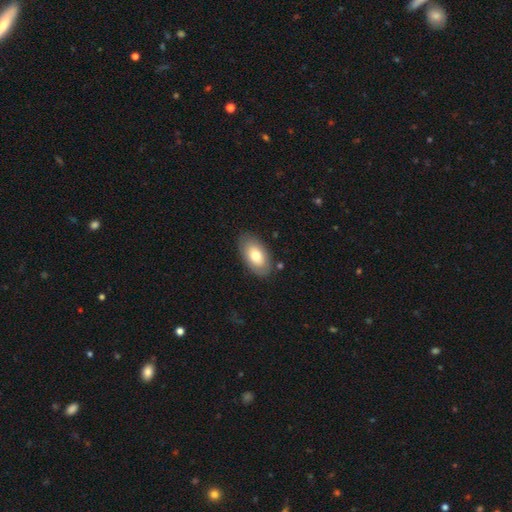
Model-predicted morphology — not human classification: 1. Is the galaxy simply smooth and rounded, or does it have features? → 71% smooth, 23% featured or disk, 6% star or artifact.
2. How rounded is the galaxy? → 94% in between, 4% round, 2% cigar-shaped.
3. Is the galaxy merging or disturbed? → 82% none, 13% minor disturbance, 3% major disturbance, 2% merger.